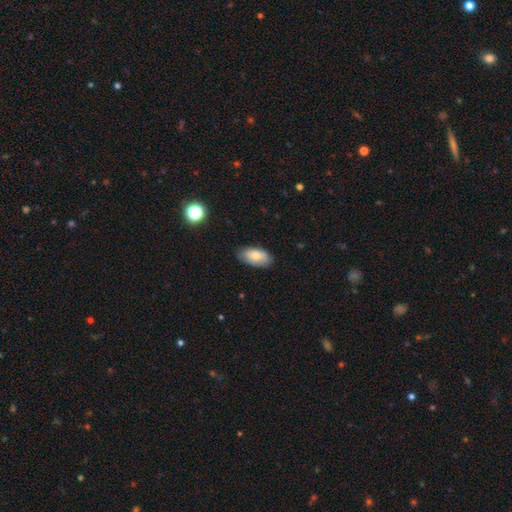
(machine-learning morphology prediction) smooth_or_featured: smooth (p=0.76) [alt: featured or disk p=0.17]
how_rounded: in between (p=0.93) [alt: round p=0.03]
merging: none (p=0.81) [alt: minor disturbance p=0.16]